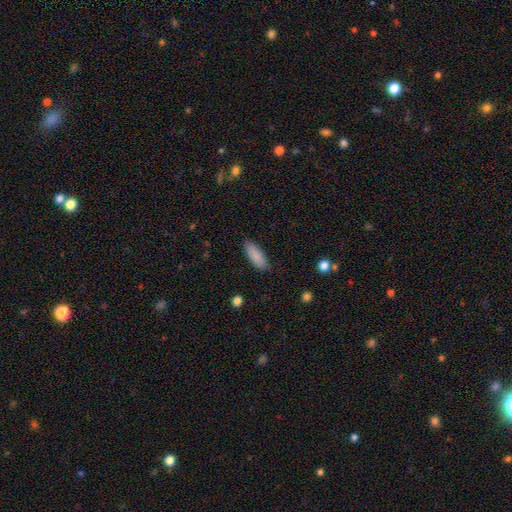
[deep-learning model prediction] Overall: smooth (87%). How rounded: in between (72%). Merging: none (85%).